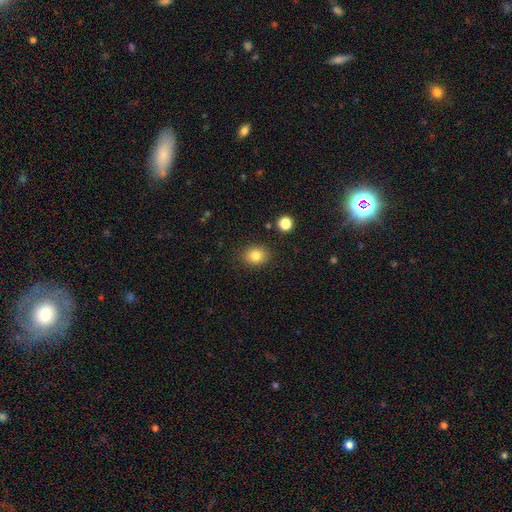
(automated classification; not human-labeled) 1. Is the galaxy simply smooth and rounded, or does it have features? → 82% smooth, 11% star or artifact, 7% featured or disk.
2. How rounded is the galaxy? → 51% round, 48% in between, 1% cigar-shaped.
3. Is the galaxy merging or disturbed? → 87% none, 8% minor disturbance, 2% major disturbance, 2% merger.